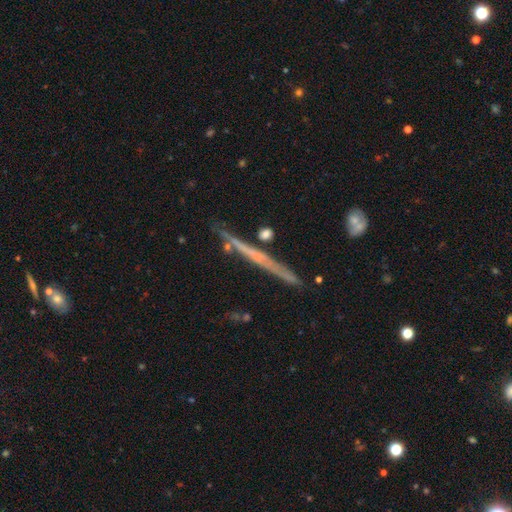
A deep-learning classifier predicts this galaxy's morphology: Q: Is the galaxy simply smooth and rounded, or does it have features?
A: featured or disk — 62%.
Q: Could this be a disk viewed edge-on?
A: yes — 97%.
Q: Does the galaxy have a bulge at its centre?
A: none — 83%.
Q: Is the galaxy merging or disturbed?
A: none — 86%.